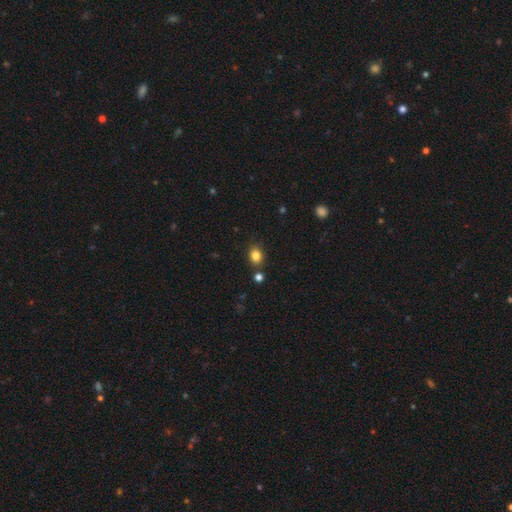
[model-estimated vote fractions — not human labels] Smooth or featured: smooth — 83% (star or artifact — 11%)
How rounded: in between — 53% (round — 46%)
Merging: none — 80% (minor disturbance — 11%)